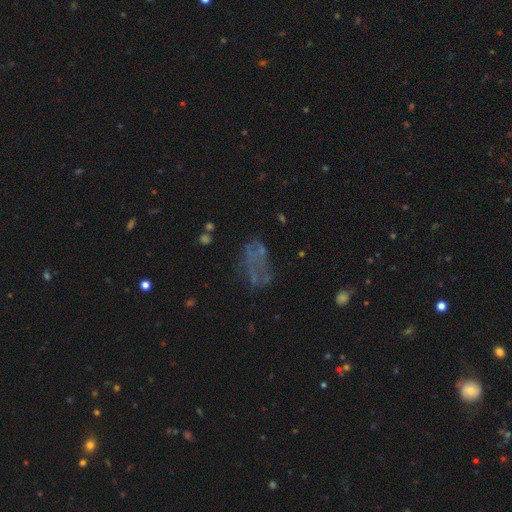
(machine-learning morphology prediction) smooth_or_featured: featured or disk (p=0.44) [alt: smooth p=0.32]
merging: none (p=0.41) [alt: major disturbance p=0.31]